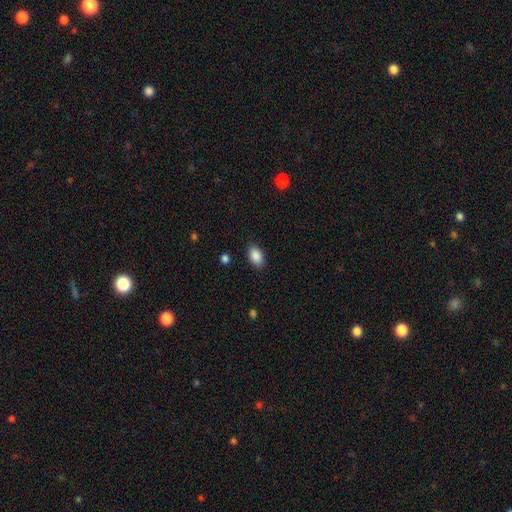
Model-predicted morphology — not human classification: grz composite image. It shows a smooth galaxy with no disk features (88%) that is in between round and cigar-shaped (90%). Merging: none (87%).